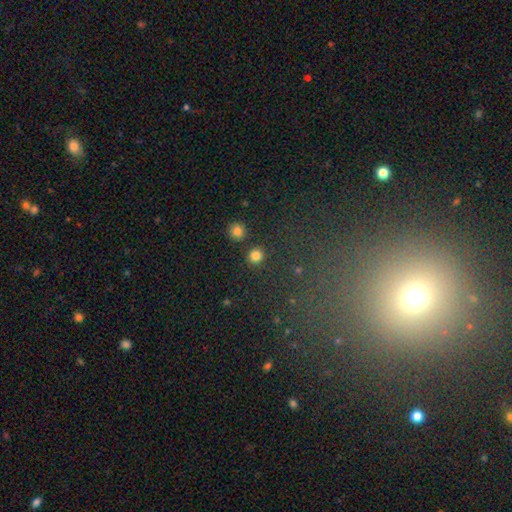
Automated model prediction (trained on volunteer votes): smooth_or_featured: smooth (p=0.82) [alt: star or artifact p=0.13]
how_rounded: round (p=0.93) [alt: in between p=0.06]
merging: none (p=0.87) [alt: merger p=0.06]